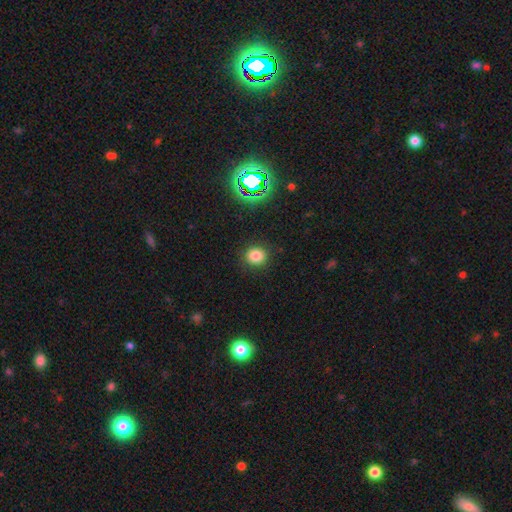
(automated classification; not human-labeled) Smooth or featured? smooth (79%)
How rounded? round (79%)
Merging? none (89%)